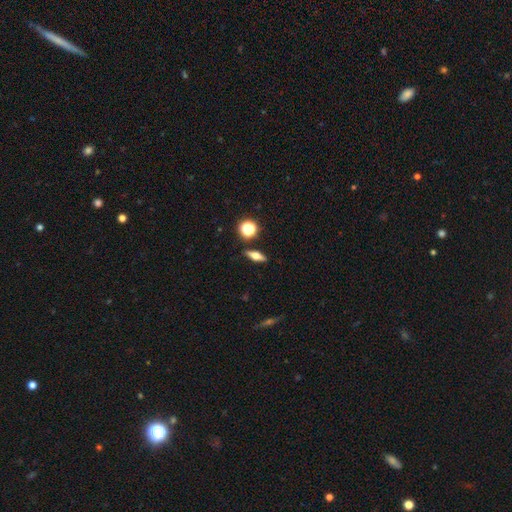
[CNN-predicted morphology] smooth-or-featured: featured or disk: 49% | smooth: 40% | star or artifact: 11%
  merging: none: 87% | minor disturbance: 8% | merger: 3% | major disturbance: 2%